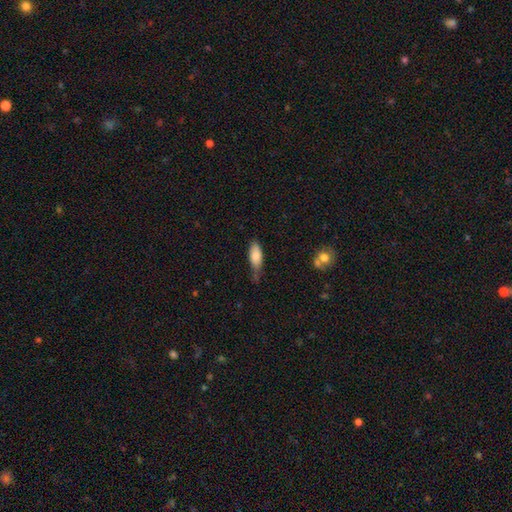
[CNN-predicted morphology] Smooth or featured: smooth — 81% (featured or disk — 13%)
How rounded: in between — 74% (cigar-shaped — 24%)
Merging: none — 43% (minor disturbance — 41%)